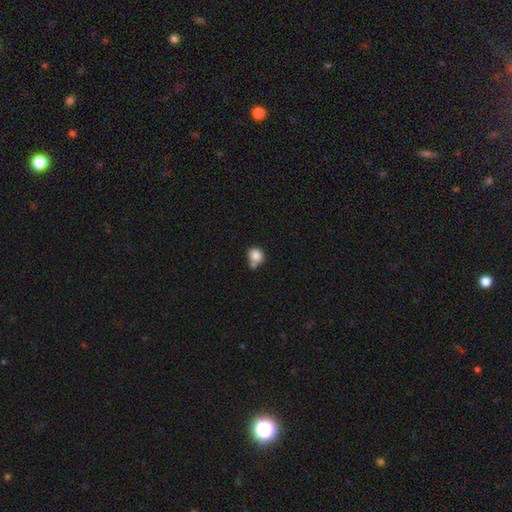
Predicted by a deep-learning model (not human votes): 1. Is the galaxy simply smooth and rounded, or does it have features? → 84% smooth, 9% star or artifact, 6% featured or disk.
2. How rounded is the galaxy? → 81% round, 18% in between, 1% cigar-shaped.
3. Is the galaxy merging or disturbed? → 49% none, 30% merger, 16% minor disturbance, 5% major disturbance.